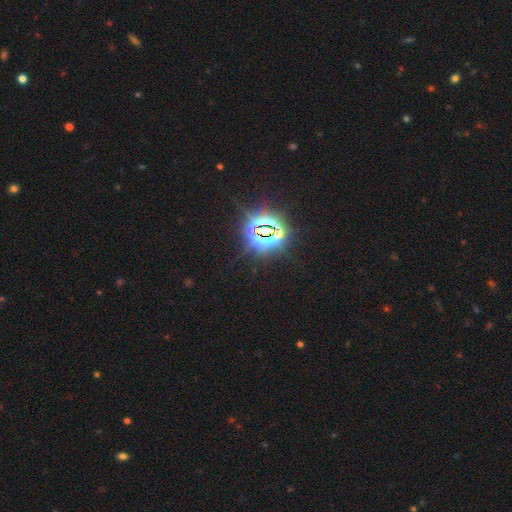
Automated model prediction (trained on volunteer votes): star or artifact 86%, smooth 9%, featured or disk 5%.